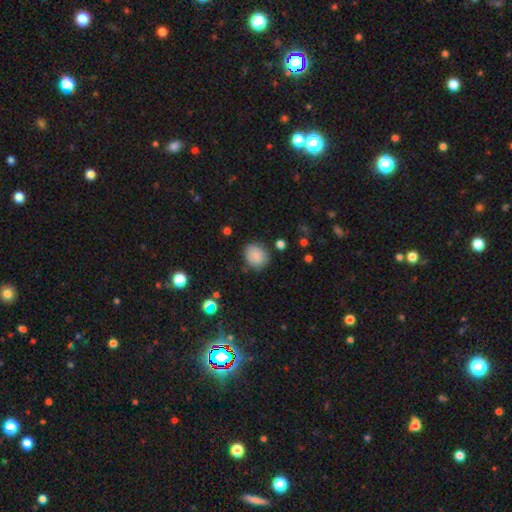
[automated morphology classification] Smooth or featured? smooth (84%)
How rounded? round (68%)
Merging? none (77%)